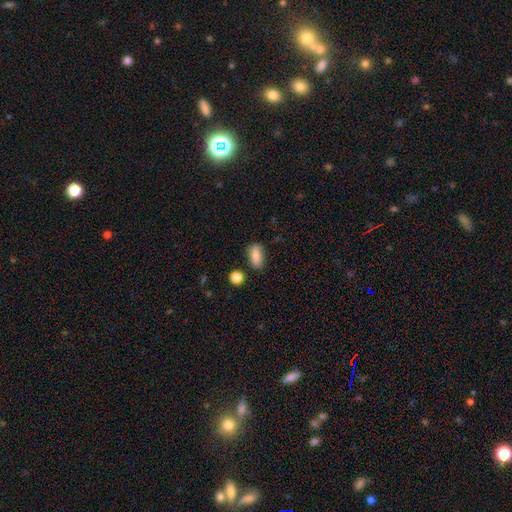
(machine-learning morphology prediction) This is clearly a smooth galaxy (82%). How rounded: clearly in between (84%). Merging: likely none (77%).